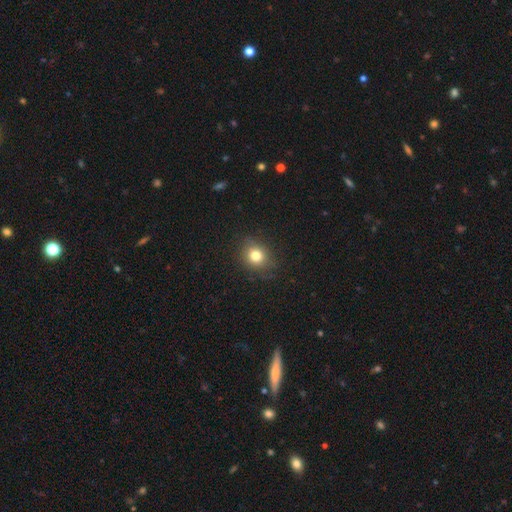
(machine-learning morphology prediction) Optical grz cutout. It shows a smooth galaxy with no disk features (78%) that is round (74%). Merging: none (82%).